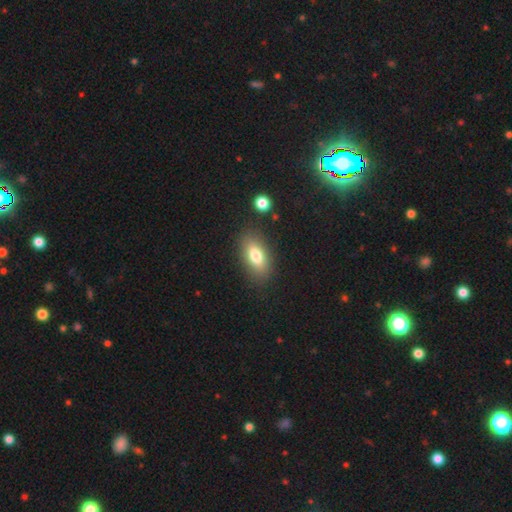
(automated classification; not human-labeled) Smooth or featured: smooth — 75% (featured or disk — 17%)
How rounded: in between — 84% (cigar-shaped — 11%)
Merging: none — 84% (minor disturbance — 10%)